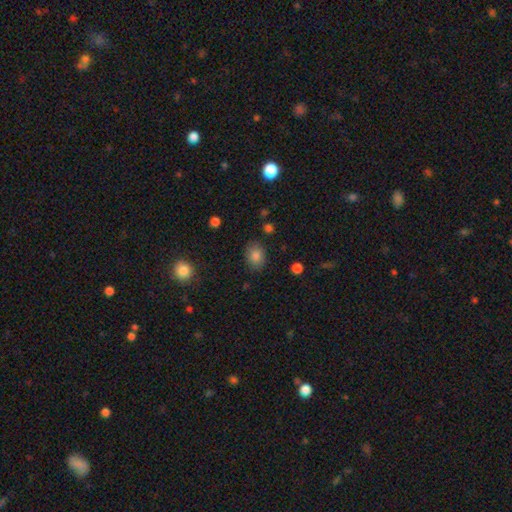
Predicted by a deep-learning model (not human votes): This is clearly a smooth galaxy (83%). How rounded: possibly in between (54%). Merging: clearly none (84%).